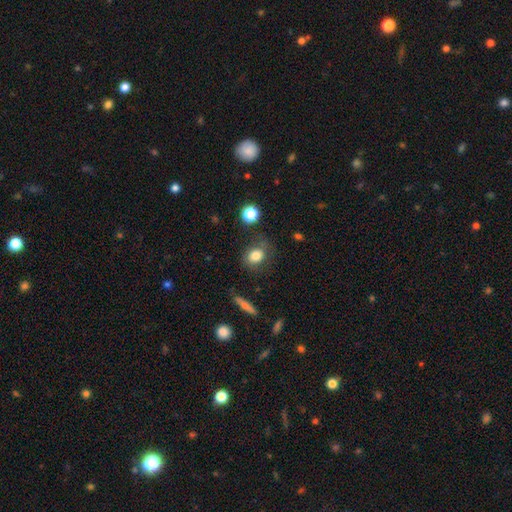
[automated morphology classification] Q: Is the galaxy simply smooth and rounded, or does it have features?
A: smooth — 80%.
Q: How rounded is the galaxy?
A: round — 50%.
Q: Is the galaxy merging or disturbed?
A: none — 69%.